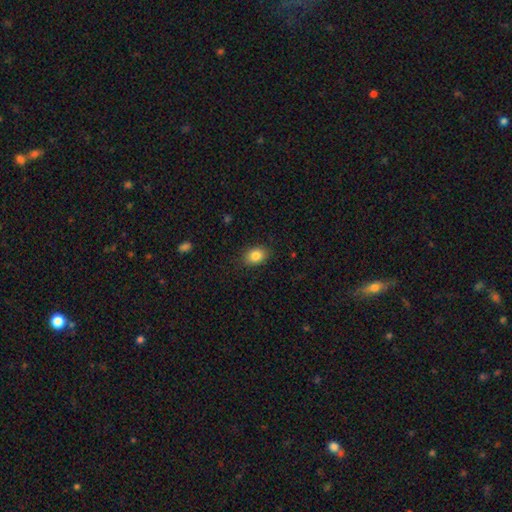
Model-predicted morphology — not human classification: This is clearly a smooth galaxy (85%). How rounded: likely in between (68%). Merging: clearly none (86%).